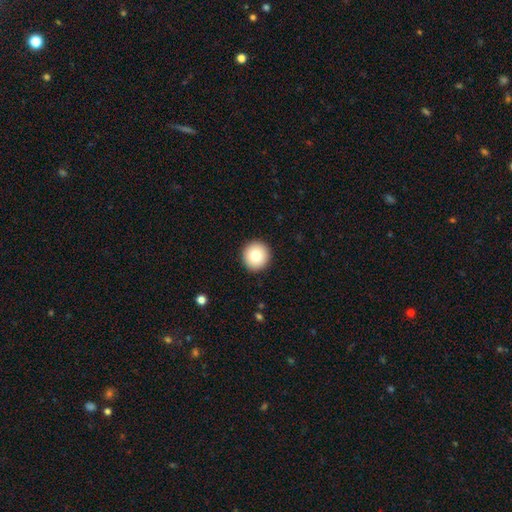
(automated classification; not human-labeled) Smooth or featured? Predicted: smooth (p=0.80). How rounded? Predicted: round (p=0.95). Merging? Predicted: none (p=0.93).